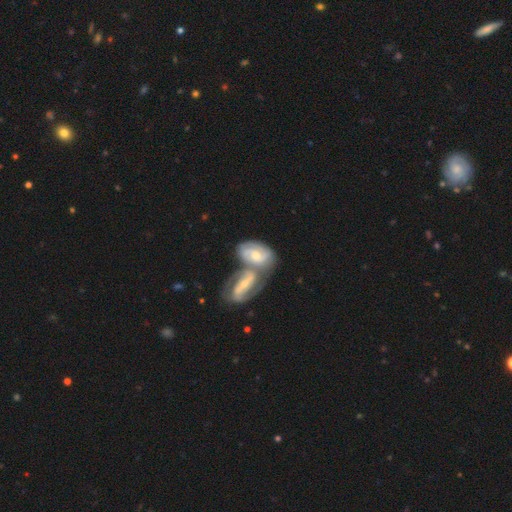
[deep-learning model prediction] Smooth or featured? Predicted: featured or disk (p=0.71). Edge-on disk? Predicted: no (p=0.93). Bar? Predicted: no (p=0.39). Spiral arms? Predicted: yes (p=0.85). Spiral winding? Predicted: tight (p=0.44). Spiral arm count? Predicted: 2 (p=0.61). Bulge size? Predicted: moderate (p=0.48). Merging? Predicted: merger (p=0.72).